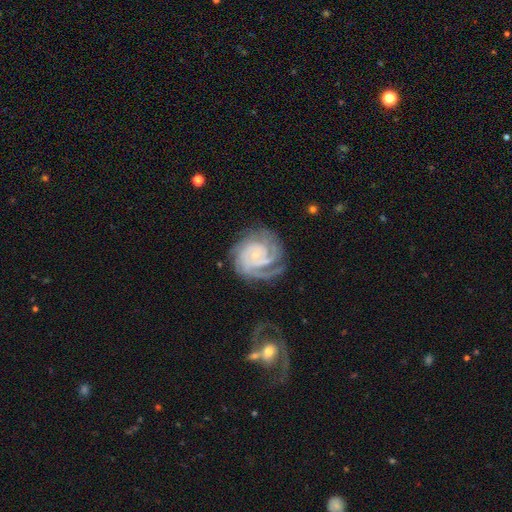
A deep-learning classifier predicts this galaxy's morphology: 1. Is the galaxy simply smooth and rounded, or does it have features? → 89% featured or disk, 6% smooth, 6% star or artifact.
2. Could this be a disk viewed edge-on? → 98% no, 2% yes.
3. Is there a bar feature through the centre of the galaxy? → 73% no, 21% weak, 6% strong.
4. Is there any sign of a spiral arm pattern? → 98% yes, 2% no.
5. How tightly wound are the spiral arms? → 72% tight, 24% medium, 4% loose.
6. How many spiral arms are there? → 35% 3, 22% 4, 15% can't tell, 13% 2, 8% more than 4, 6% 1.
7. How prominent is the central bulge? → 81% small, 12% moderate, 4% none, 1% large, 1% dominant.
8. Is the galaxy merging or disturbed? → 70% none, 18% minor disturbance, 10% major disturbance, 2% merger.